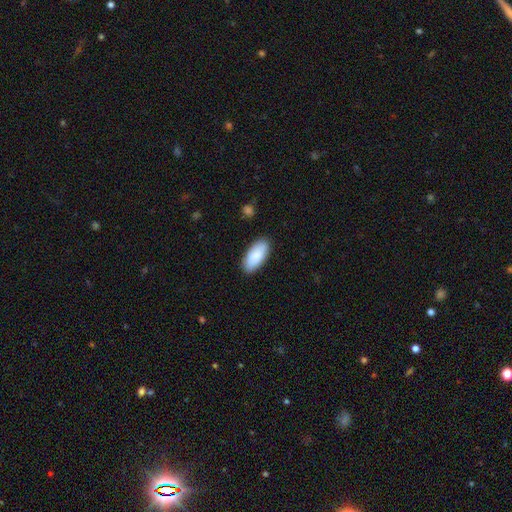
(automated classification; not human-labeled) smooth_or_featured: smooth (p=0.88) [alt: featured or disk p=0.07]
how_rounded: in between (p=0.91) [alt: cigar-shaped p=0.07]
merging: none (p=0.88) [alt: minor disturbance p=0.09]